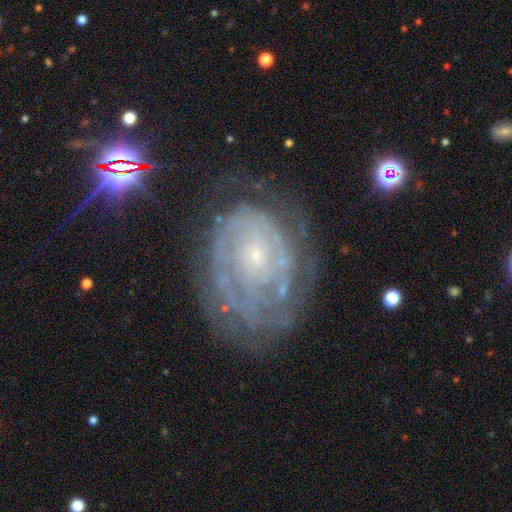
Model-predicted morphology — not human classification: type=featured or disk (81%); edge-on=no (97%); bar=no (75%); spiral arms=yes (89%); winding=tight (75%); arm count=can't tell (51%); bulge=small (81%); merging=none (62%).